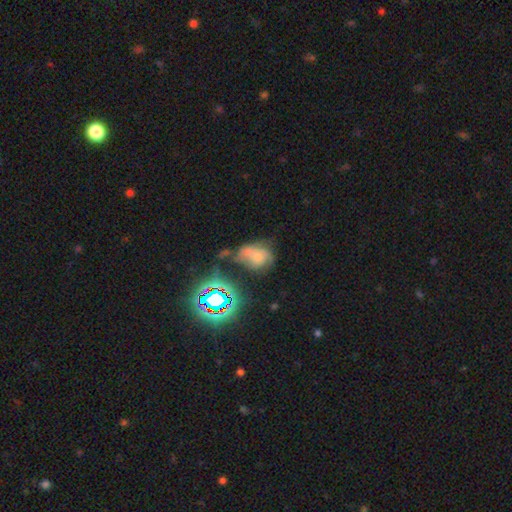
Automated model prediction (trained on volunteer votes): A smooth galaxy with no disk features (43%). Merging: major disturbance (30%).